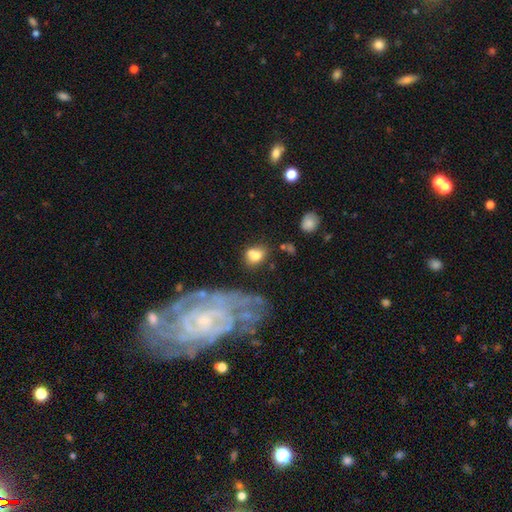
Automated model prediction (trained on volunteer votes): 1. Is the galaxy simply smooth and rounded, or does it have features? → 75% smooth, 16% featured or disk, 9% star or artifact.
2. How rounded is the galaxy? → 55% in between, 43% round, 2% cigar-shaped.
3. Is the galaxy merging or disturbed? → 47% none, 25% merger, 19% minor disturbance, 9% major disturbance.